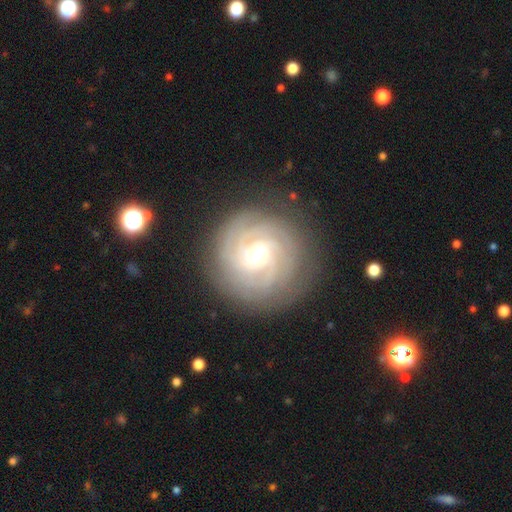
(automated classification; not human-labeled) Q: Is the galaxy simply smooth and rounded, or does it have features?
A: featured or disk — 87%.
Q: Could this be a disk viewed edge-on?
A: no — 98%.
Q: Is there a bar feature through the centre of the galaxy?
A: no — 46%.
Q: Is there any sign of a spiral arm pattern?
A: yes — 98%.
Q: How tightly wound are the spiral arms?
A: tight — 80%.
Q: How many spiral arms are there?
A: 4 — 26%.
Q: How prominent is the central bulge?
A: small — 52%.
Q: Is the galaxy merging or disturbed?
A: none — 85%.